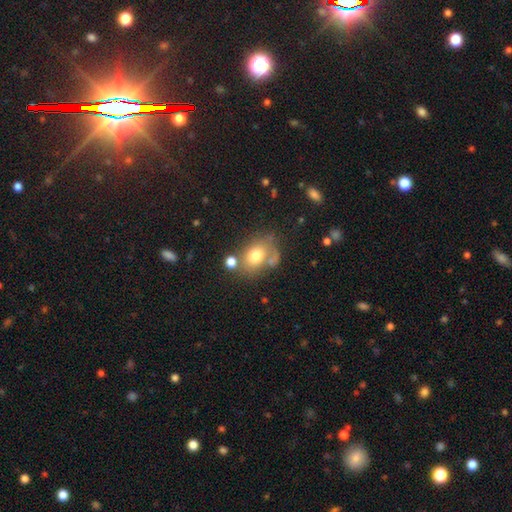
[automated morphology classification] smooth 71%, featured or disk 17%, star or artifact 11%. Down the decision tree: how rounded — in between (62%); merging — none (54%).